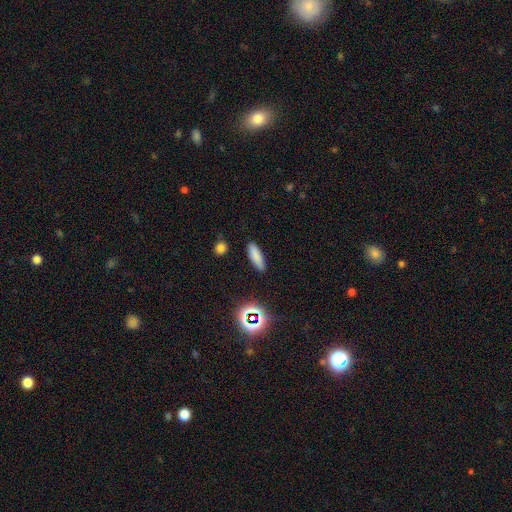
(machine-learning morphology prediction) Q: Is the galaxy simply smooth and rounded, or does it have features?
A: smooth — 80%.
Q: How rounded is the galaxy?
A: cigar-shaped — 54%.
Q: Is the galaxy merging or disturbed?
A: none — 88%.